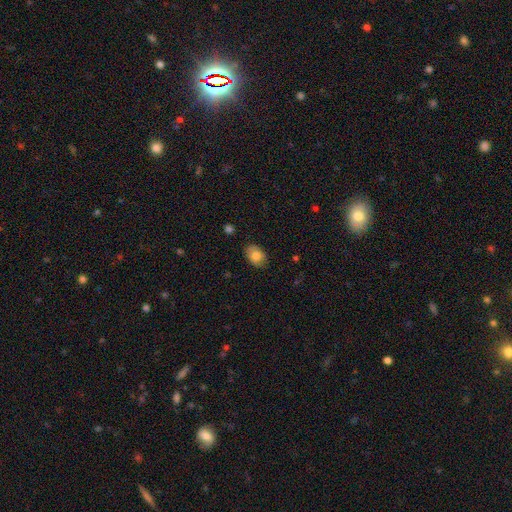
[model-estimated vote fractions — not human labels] smooth 79%, featured or disk 13%, star or artifact 8%. Down the decision tree: how rounded — in between (83%); merging — none (81%).